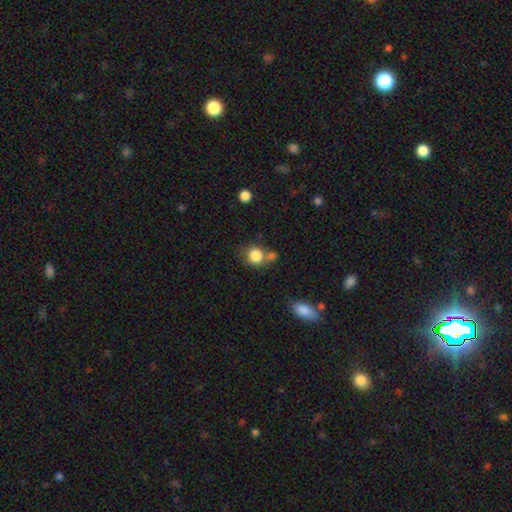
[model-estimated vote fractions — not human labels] smooth-or-featured: smooth: 83% | star or artifact: 10% | featured or disk: 7%
  how-rounded: round: 78% | in between: 21% | cigar-shaped: 1%
  merging: none: 53% | merger: 28% | minor disturbance: 14% | major disturbance: 6%